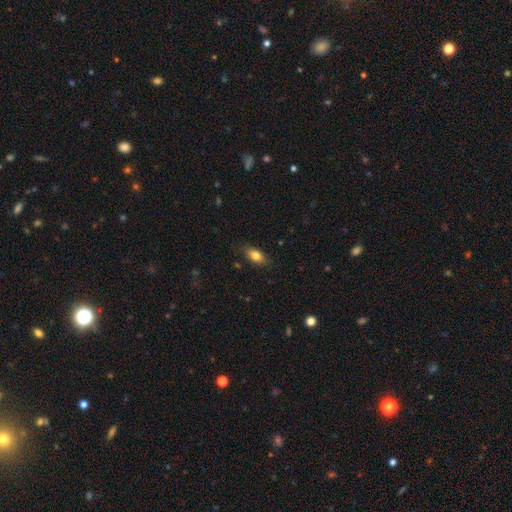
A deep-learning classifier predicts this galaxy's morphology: smooth 79%, featured or disk 13%, star or artifact 8%. Down the decision tree: how rounded — in between (85%); merging — none (81%).